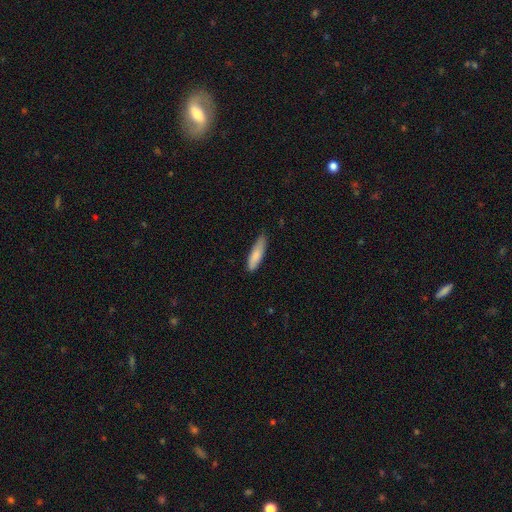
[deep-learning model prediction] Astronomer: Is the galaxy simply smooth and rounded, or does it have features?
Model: smooth — 84%.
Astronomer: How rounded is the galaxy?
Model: cigar-shaped — 63%.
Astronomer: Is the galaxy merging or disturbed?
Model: none — 73%.